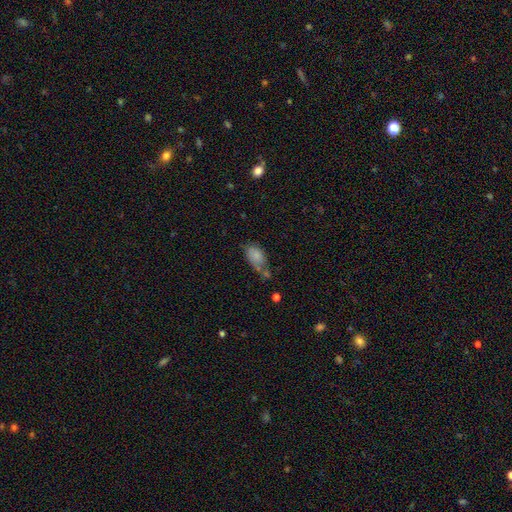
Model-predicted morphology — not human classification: Smooth or featured? smooth (81%)
How rounded? in between (90%)
Merging? none (42%)